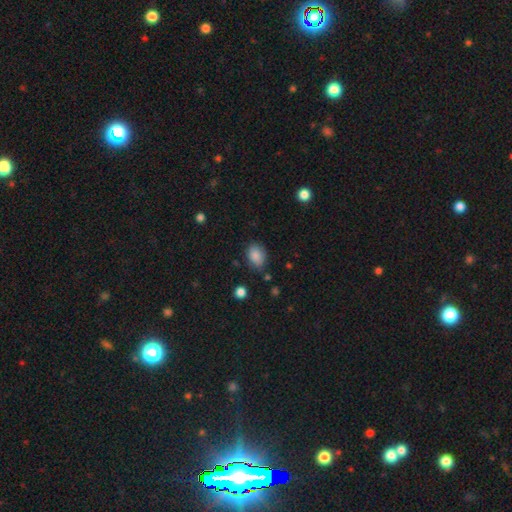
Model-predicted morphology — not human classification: Smooth or featured: smooth — 86% (star or artifact — 9%)
How rounded: in between — 74% (round — 24%)
Merging: none — 74% (minor disturbance — 19%)